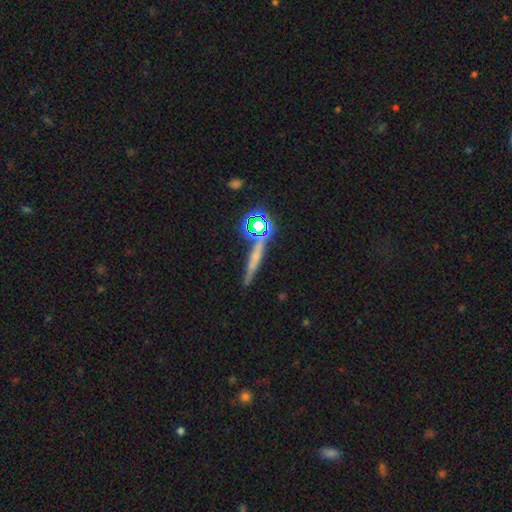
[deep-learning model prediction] Smooth or featured?
  - smooth: 39% *
  - featured or disk: 38%
  - star or artifact: 24%
Merging?
  - none: 78% *
  - minor disturbance: 10%
  - merger: 8%
  - major disturbance: 4%